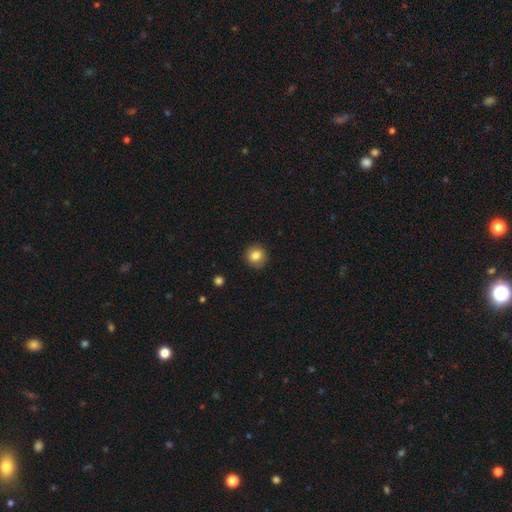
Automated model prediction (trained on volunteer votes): The model was most divided on "smooth or featured": smooth: 83%, star or artifact: 10%, featured or disk: 7%. More confident: how rounded — round (91%); merging — none (90%).